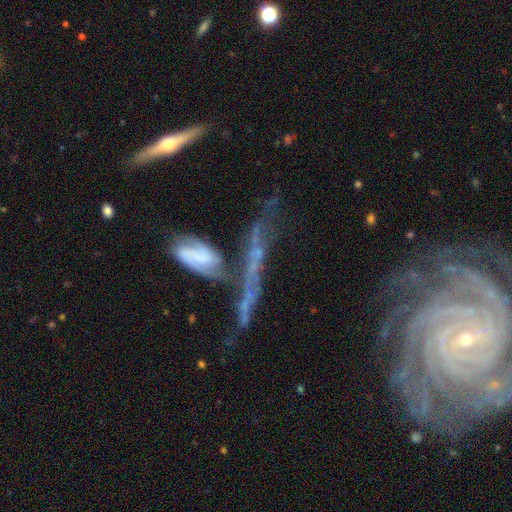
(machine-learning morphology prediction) A featured or disk galaxy (64%) viewed edge-on (53%). Merging: none (31%).